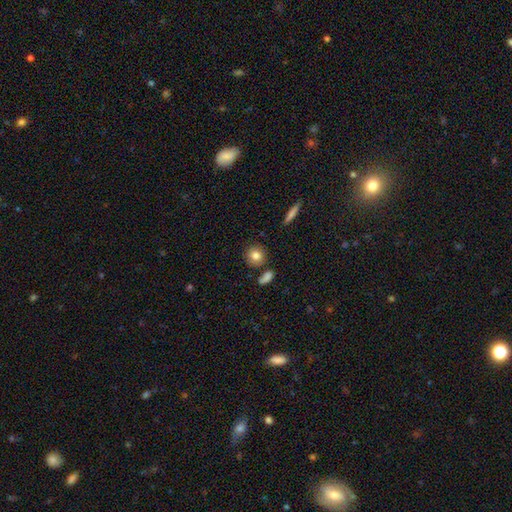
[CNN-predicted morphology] Q: Smooth or featured?
A: smooth (82%); runner-up: featured or disk (9%)
Q: How rounded?
A: round (86%); runner-up: in between (12%)
Q: Merging?
A: none (80%); runner-up: minor disturbance (10%)